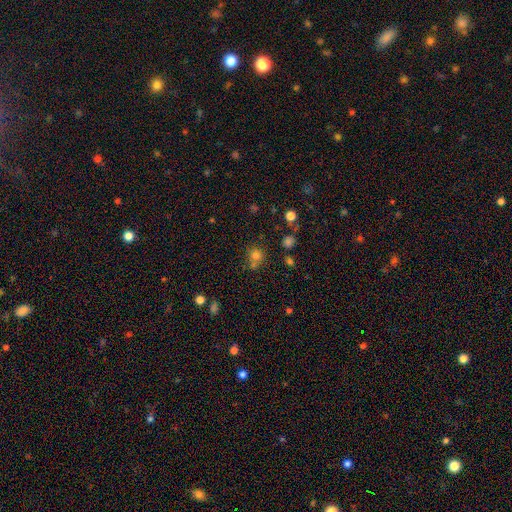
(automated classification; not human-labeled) Overall: smooth (74%). How rounded: round (85%). Merging: none (57%; merger 28%).